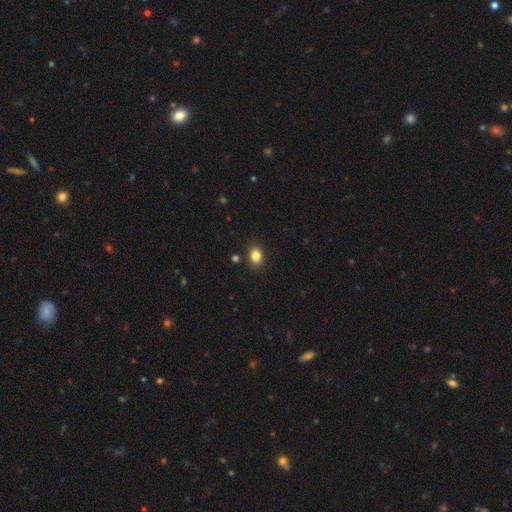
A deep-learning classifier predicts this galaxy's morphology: This is clearly a smooth galaxy (84%). How rounded: possibly in between (56%). Merging: clearly none (86%).